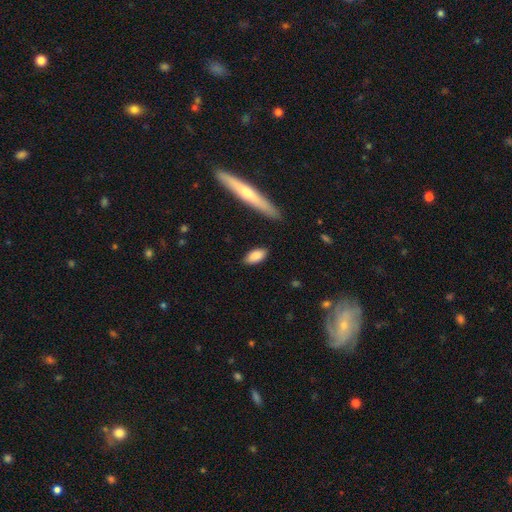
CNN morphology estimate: A smooth galaxy with no disk features (86%) that is in between round and cigar-shaped (84%).

Vote fractions:
- Smooth or featured? smooth: 86% / featured or disk: 8% / star or artifact: 6%
- How rounded? in between: 84% / cigar-shaped: 13% / round: 3%
- Merging? none: 84% / minor disturbance: 12% / major disturbance: 3% / merger: 2%